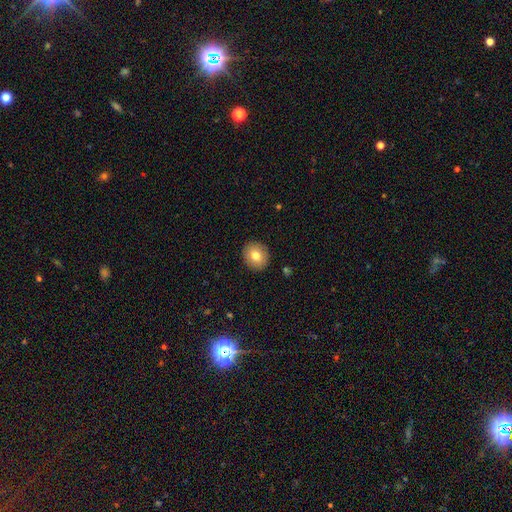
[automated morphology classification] Overall: smooth (76%). How rounded: round (82%). Merging: none (91%).